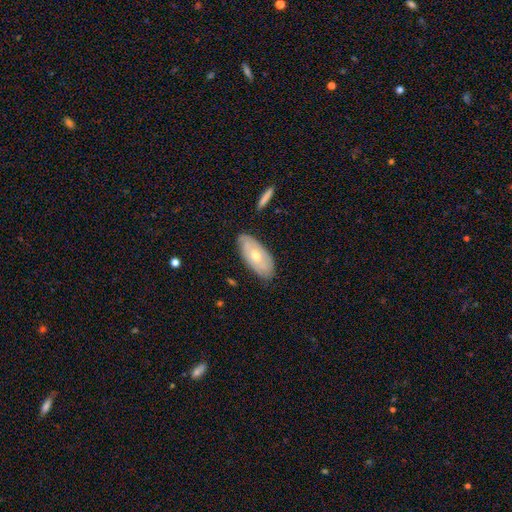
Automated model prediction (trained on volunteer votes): smooth-or-featured: featured or disk: 50% | smooth: 43% | star or artifact: 7%
  disk-edge-on: no: 84% | yes: 16%
  merging: none: 79% | minor disturbance: 16% | major disturbance: 3% | merger: 2%